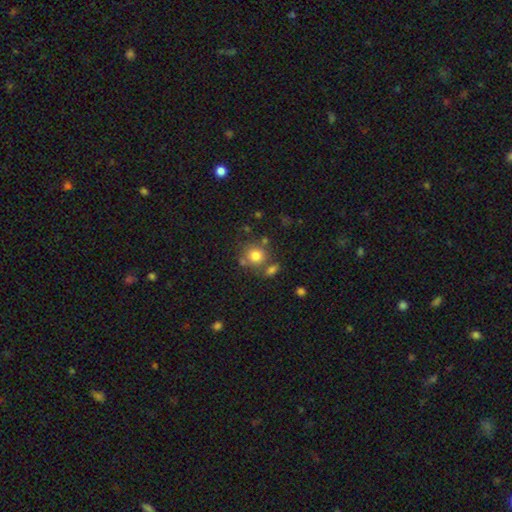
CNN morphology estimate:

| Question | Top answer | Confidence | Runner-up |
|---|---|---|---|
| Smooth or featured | smooth | 78% | star or artifact (11%) |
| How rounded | round | 85% | in between (14%) |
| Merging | none | 66% | merger (18%) |